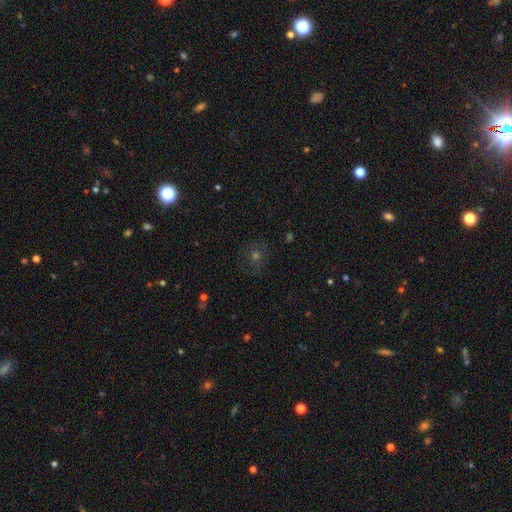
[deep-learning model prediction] Smooth or featured?
  - smooth: 43% *
  - star or artifact: 39%
  - featured or disk: 18%
Merging?
  - none: 83% *
  - minor disturbance: 11%
  - major disturbance: 5%
  - merger: 2%